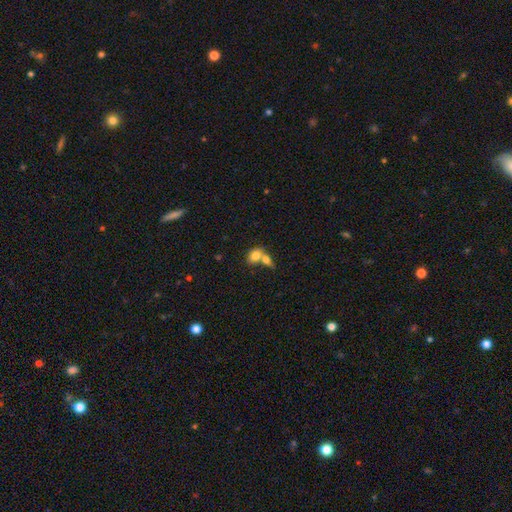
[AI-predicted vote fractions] A smooth galaxy with no disk features (78%) that is in between round and cigar-shaped (70%). Merging: merger (64%).